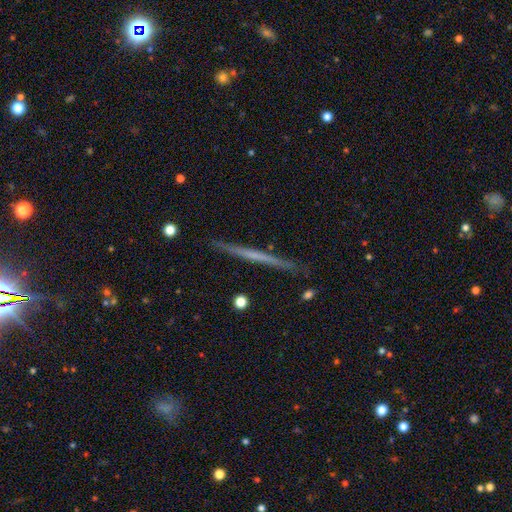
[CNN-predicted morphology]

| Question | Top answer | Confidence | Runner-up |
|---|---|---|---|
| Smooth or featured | featured or disk | 59% | smooth (35%) |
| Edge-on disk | yes | 98% | no (2%) |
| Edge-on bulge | none | 89% | rounded (8%) |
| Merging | none | 90% | minor disturbance (7%) |